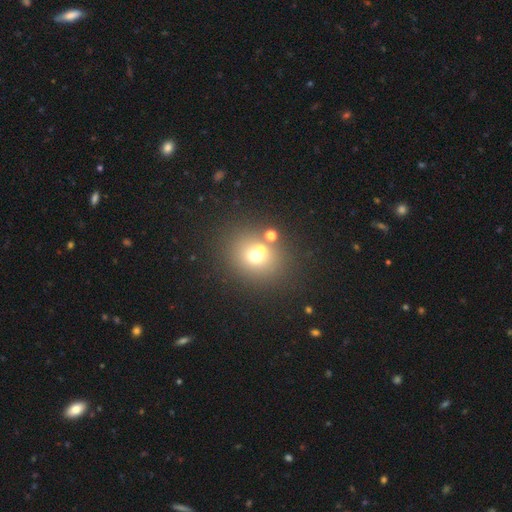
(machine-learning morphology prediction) Smooth or featured?
  - smooth: 65% *
  - star or artifact: 19%
  - featured or disk: 16%
How rounded?
  - round: 76% *
  - in between: 23%
  - cigar-shaped: 1%
Merging?
  - none: 65% *
  - merger: 22%
  - minor disturbance: 9%
  - major disturbance: 4%